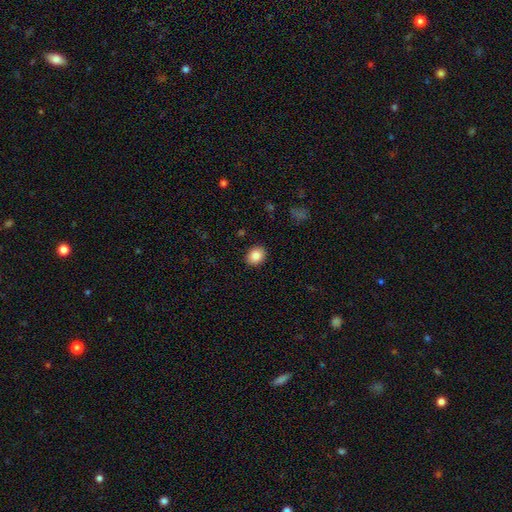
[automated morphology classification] A smooth galaxy with no disk features (86%) that is round (50%). Merging: none (90%).